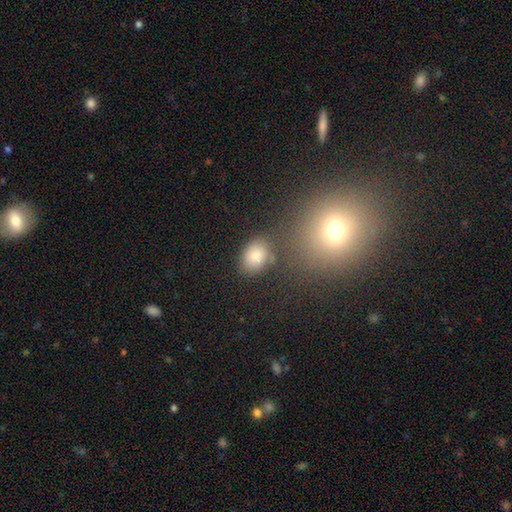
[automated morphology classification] Smooth or featured?
  - smooth: 79% *
  - star or artifact: 11%
  - featured or disk: 10%
How rounded?
  - in between: 64% *
  - round: 35%
  - cigar-shaped: 1%
Merging?
  - none: 70% *
  - minor disturbance: 15%
  - merger: 10%
  - major disturbance: 5%